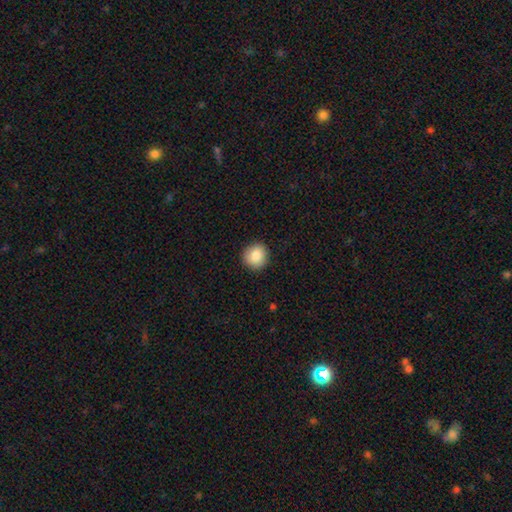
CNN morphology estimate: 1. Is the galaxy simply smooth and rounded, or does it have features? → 87% smooth, 8% star or artifact, 5% featured or disk.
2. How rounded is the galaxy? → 89% round, 10% in between, 1% cigar-shaped.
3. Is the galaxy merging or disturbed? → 90% none, 7% minor disturbance, 2% major disturbance, 1% merger.